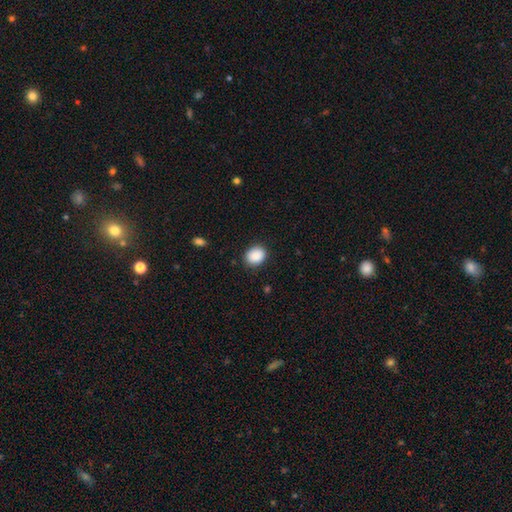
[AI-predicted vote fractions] smooth 89%, star or artifact 8%, featured or disk 3%. Down the decision tree: how rounded — round (54%); merging — none (87%).